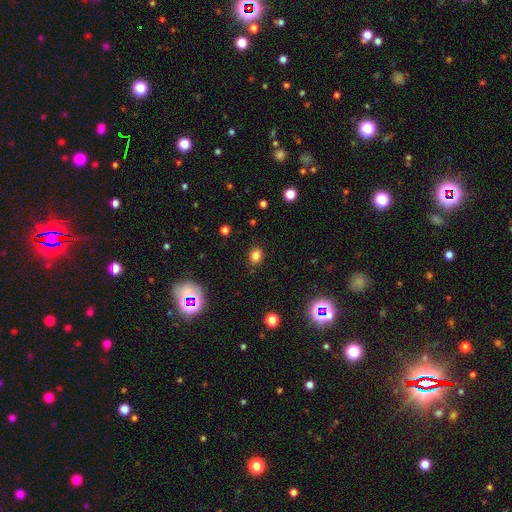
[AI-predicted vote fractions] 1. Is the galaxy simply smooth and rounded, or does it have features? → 80% smooth, 15% star or artifact, 5% featured or disk.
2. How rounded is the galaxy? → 58% in between, 40% round, 1% cigar-shaped.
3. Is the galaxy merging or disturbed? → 87% none, 9% minor disturbance, 3% major disturbance, 1% merger.